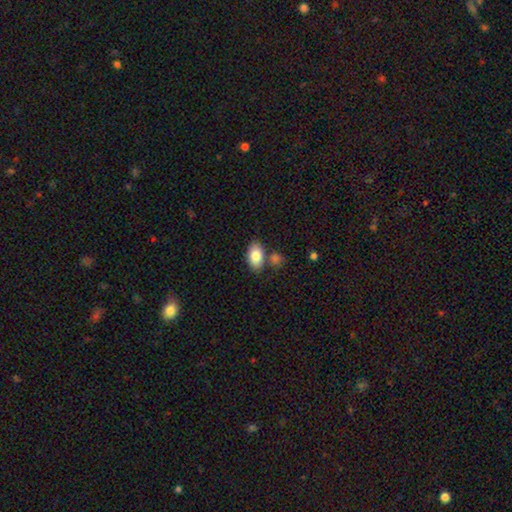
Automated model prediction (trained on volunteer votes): This is clearly a smooth galaxy (83%). How rounded: clearly in between (92%). Merging: likely none (69%).